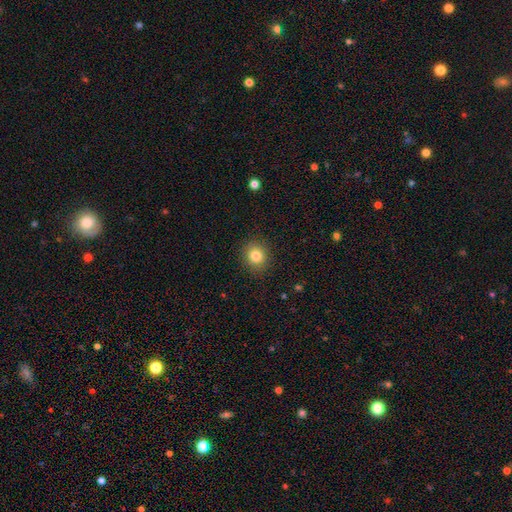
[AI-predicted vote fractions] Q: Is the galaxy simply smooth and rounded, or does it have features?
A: smooth — 83%.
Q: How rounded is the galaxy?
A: round — 78%.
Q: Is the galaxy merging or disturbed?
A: none — 89%.